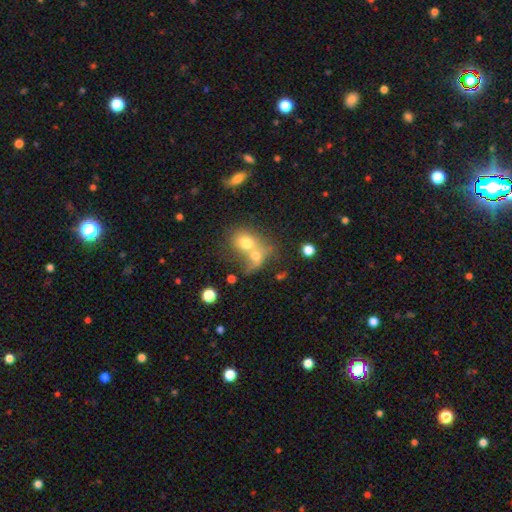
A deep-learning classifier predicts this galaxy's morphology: A smooth galaxy with no disk features (63%) that is round (52%).

Vote fractions:
- Smooth or featured? smooth: 63% / featured or disk: 25% / star or artifact: 12%
- How rounded? round: 52% / in between: 46% / cigar-shaped: 2%
- Merging? merger: 76% / none: 13% / major disturbance: 6% / minor disturbance: 5%